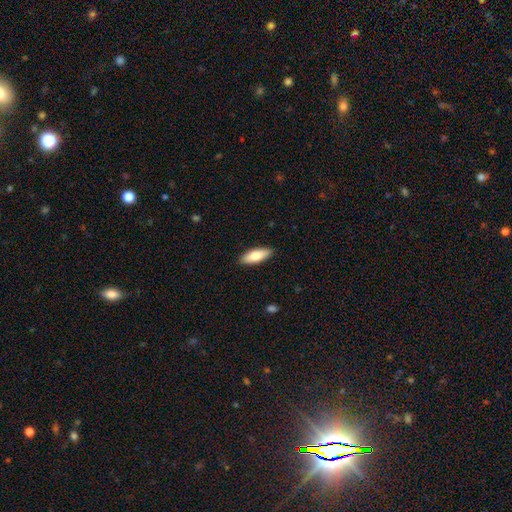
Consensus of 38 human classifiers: A smooth galaxy with no disk features (76%) that is in between round and cigar-shaped (72%). Merging: none (94%).